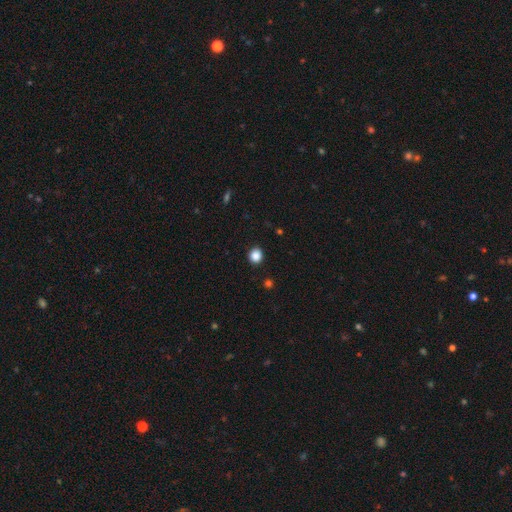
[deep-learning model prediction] smooth 87%, star or artifact 11%, featured or disk 3%. Down the decision tree: how rounded — round (86%); merging — none (92%).